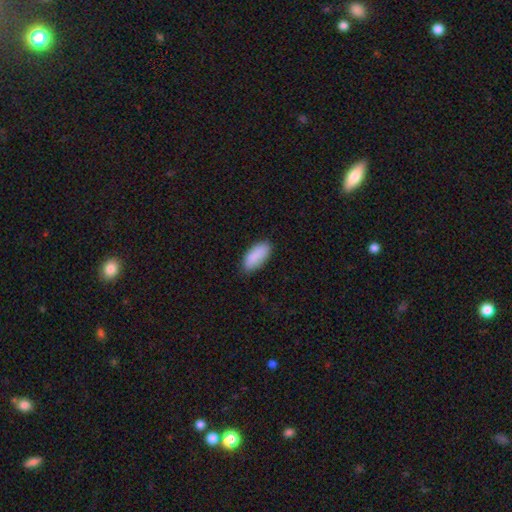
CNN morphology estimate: Smooth or featured? Predicted: smooth (p=0.89). How rounded? Predicted: in between (p=0.90). Merging? Predicted: none (p=0.83).